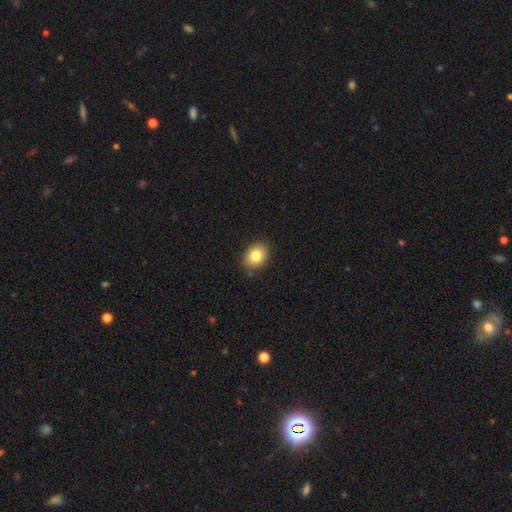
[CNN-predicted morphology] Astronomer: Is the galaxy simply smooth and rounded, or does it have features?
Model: smooth — 82%.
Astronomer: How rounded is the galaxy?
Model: in between — 67%.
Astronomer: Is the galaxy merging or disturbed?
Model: none — 86%.